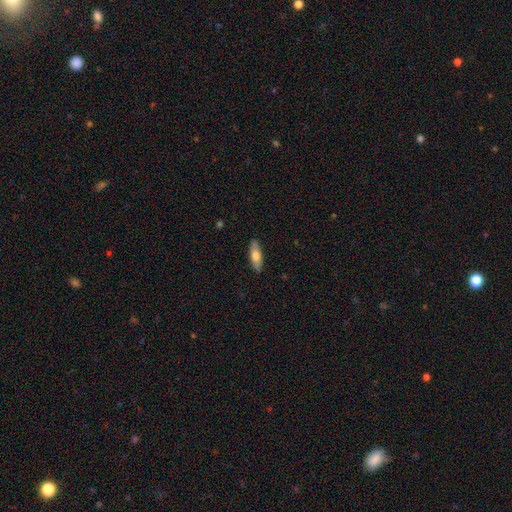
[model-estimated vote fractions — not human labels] Smooth or featured? Predicted: smooth (p=0.67). How rounded? Predicted: cigar-shaped (p=0.53). Merging? Predicted: none (p=0.87).